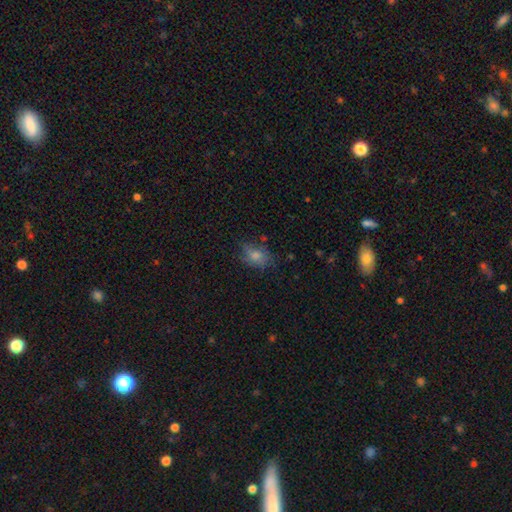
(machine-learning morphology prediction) Q: Smooth or featured?
A: smooth (72%); runner-up: featured or disk (17%)
Q: How rounded?
A: in between (79%); runner-up: round (19%)
Q: Merging?
A: none (60%); runner-up: minor disturbance (26%)